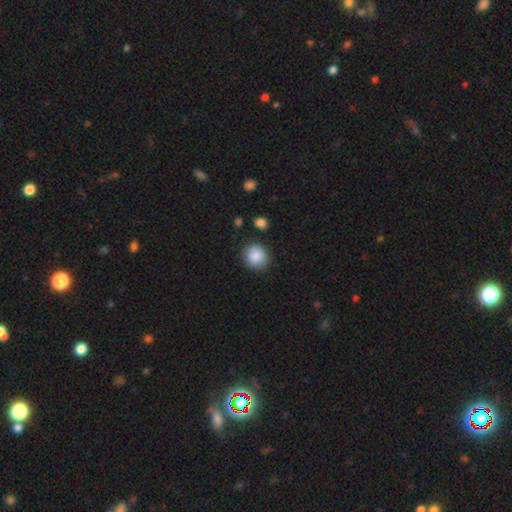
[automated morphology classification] Overall: smooth (88%). How rounded: round (84%). Merging: none (86%).